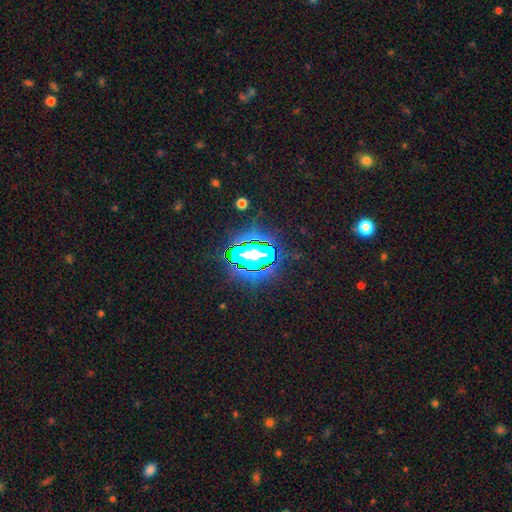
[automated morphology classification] This is likely a star or artifact rather than a galaxy (70%).